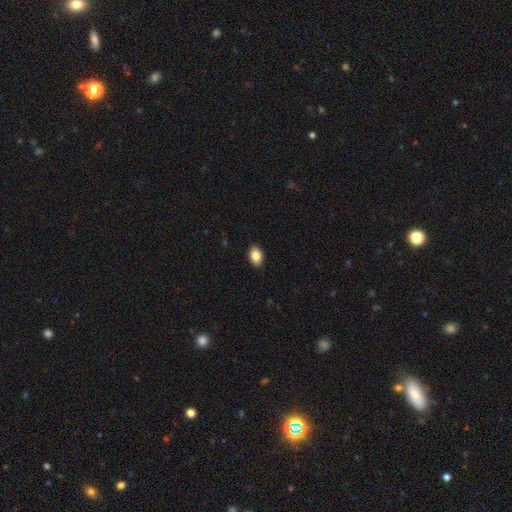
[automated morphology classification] This is clearly a smooth galaxy (86%). How rounded: clearly in between (88%). Merging: clearly none (90%).